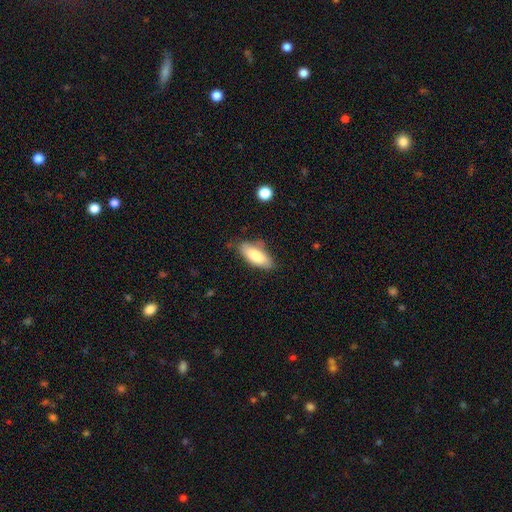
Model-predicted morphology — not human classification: A smooth galaxy with no disk features (81%) that is in between round and cigar-shaped (79%).

Vote fractions:
- Smooth or featured? smooth: 81% / featured or disk: 13% / star or artifact: 6%
- How rounded? in between: 79% / cigar-shaped: 19% / round: 2%
- Merging? none: 69% / minor disturbance: 23% / major disturbance: 5% / merger: 2%